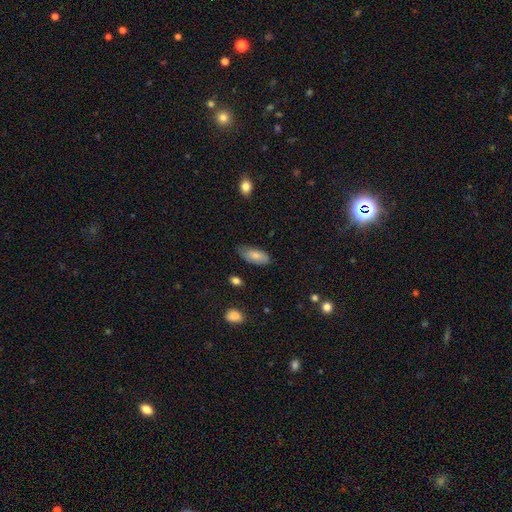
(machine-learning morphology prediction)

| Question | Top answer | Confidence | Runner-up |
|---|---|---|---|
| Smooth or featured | smooth | 79% | featured or disk (14%) |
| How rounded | in between | 89% | cigar-shaped (9%) |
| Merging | none | 70% | minor disturbance (24%) |